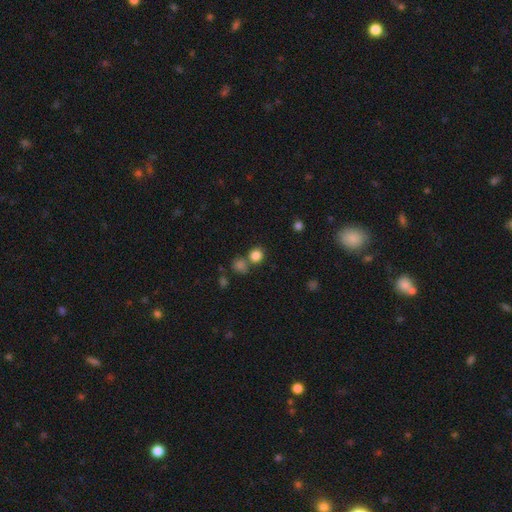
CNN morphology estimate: A smooth galaxy with no disk features (82%) that is round (82%).

Vote fractions:
- Smooth or featured? smooth: 82% / star or artifact: 13% / featured or disk: 5%
- How rounded? round: 82% / in between: 17% / cigar-shaped: 1%
- Merging? none: 65% / merger: 23% / minor disturbance: 9% / major disturbance: 4%